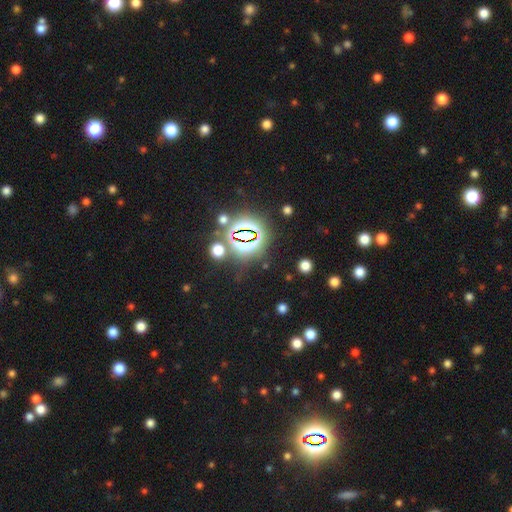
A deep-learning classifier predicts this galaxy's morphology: Smooth or featured: star or artifact — 83% (smooth — 10%)